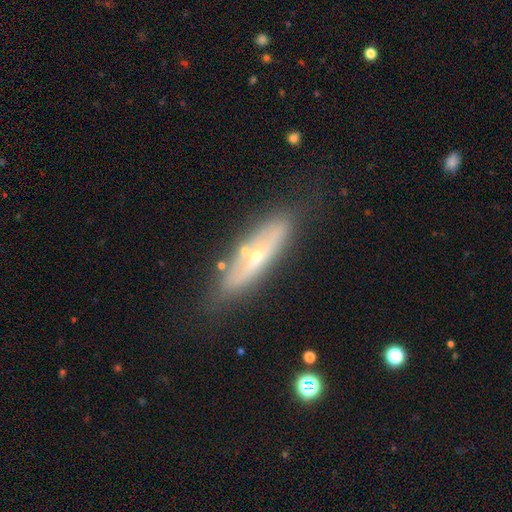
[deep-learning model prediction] Smooth or featured? Predicted: featured or disk (p=0.62). Edge-on disk? Predicted: yes (p=0.69). Merging? Predicted: none (p=0.77).